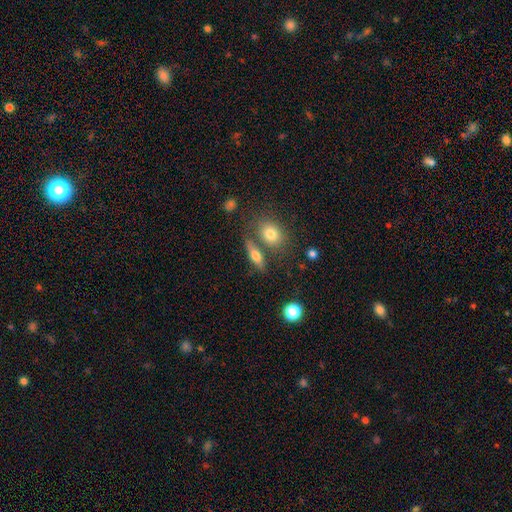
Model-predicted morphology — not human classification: smooth_or_featured: smooth (p=0.62) [alt: featured or disk p=0.29]
how_rounded: in between (p=0.53) [alt: cigar-shaped p=0.35]
merging: none (p=0.66) [alt: merger p=0.18]